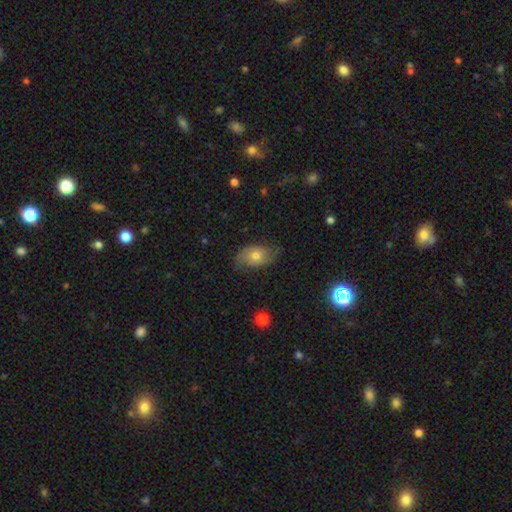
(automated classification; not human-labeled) Overall: smooth (54%; featured or disk 37%). How rounded: in between (82%). Merging: none (63%; minor disturbance 27%).